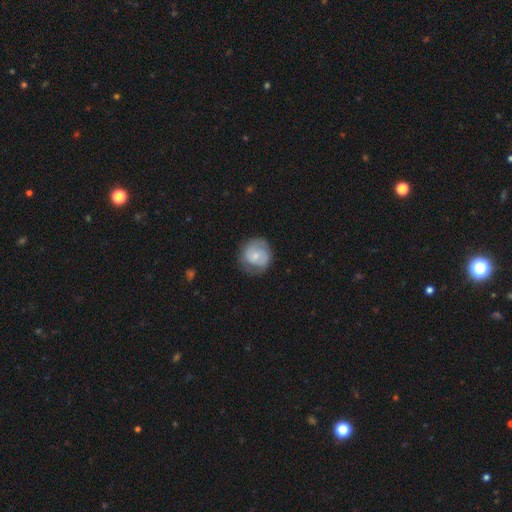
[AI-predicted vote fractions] Smooth or featured? Predicted: featured or disk (p=0.48). Merging? Predicted: none (p=0.70).